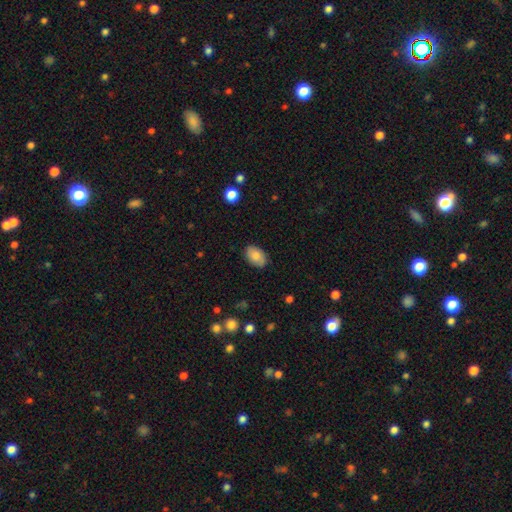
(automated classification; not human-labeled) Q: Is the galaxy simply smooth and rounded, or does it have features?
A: smooth — 83%.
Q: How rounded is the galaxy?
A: in between — 90%.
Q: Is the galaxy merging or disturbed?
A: none — 85%.